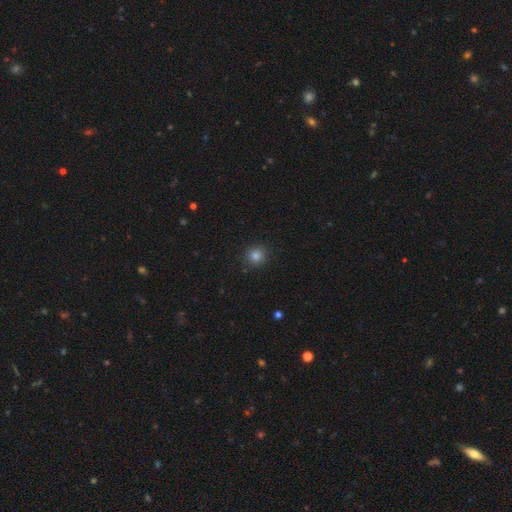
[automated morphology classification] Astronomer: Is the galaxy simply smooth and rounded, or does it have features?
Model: smooth — 82%.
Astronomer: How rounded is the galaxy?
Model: round — 90%.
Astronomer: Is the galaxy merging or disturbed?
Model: none — 91%.